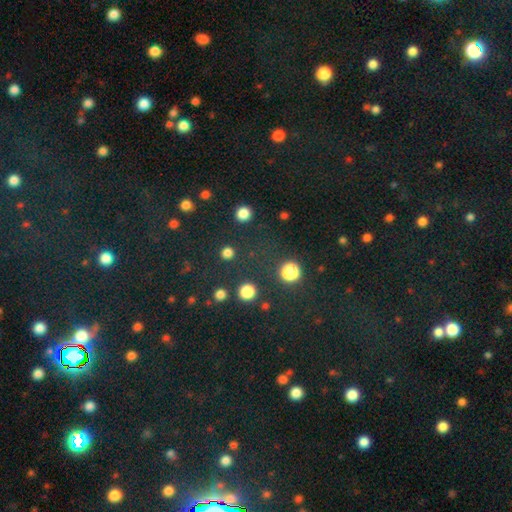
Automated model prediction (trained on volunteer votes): Smooth or featured? Predicted: star or artifact (p=0.73).